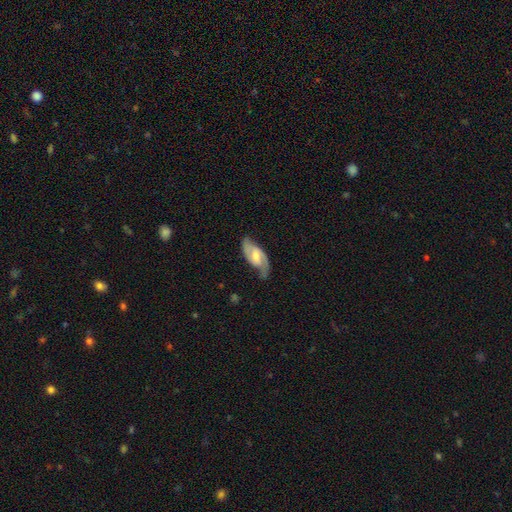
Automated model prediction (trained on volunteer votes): smooth_or_featured: featured or disk (p=0.79) [alt: smooth p=0.16]
disk_edge_on: no (p=0.94) [alt: yes p=0.06]
bar: weak (p=0.52) [alt: no p=0.26]
has_spiral_arms: yes (p=0.94) [alt: no p=0.06]
spiral_winding: medium (p=0.50) [alt: loose p=0.25]
spiral_arm_count: 2 (p=0.88) [alt: can't tell p=0.06]
bulge_size: moderate (p=0.53) [alt: small p=0.34]
merging: none (p=0.70) [alt: minor disturbance p=0.21]